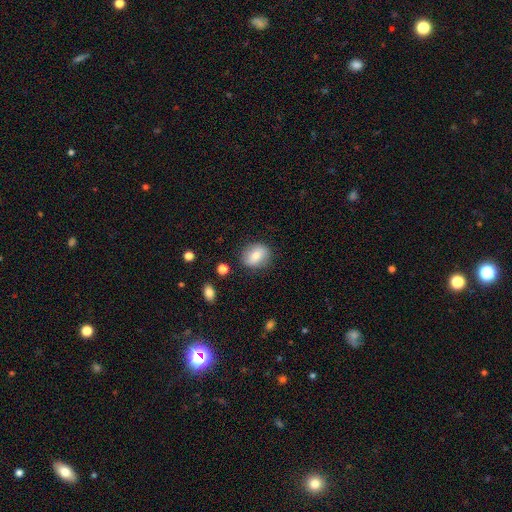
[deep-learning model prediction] smooth_or_featured: smooth (p=0.74) [alt: featured or disk p=0.18]
how_rounded: round (p=0.52) [alt: in between p=0.47]
merging: none (p=0.81) [alt: minor disturbance p=0.13]